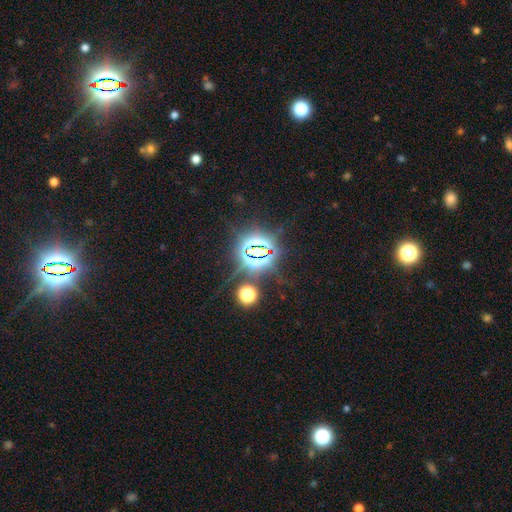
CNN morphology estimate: Overall: star or artifact (80%).